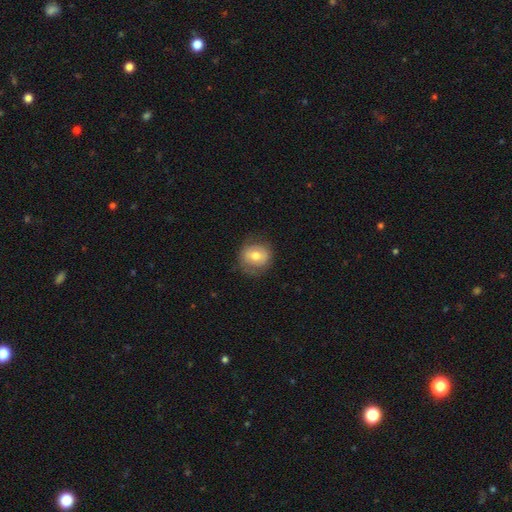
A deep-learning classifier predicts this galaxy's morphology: Q: Smooth or featured?
A: smooth (65%); runner-up: featured or disk (27%)
Q: How rounded?
A: round (80%); runner-up: in between (19%)
Q: Merging?
A: none (77%); runner-up: minor disturbance (16%)